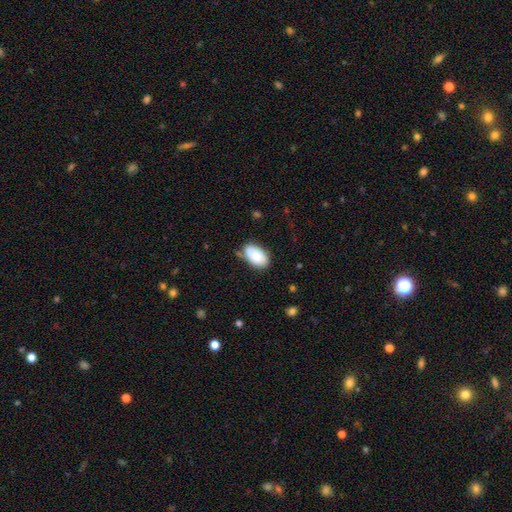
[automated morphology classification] smooth_or_featured: smooth (p=0.83) [alt: featured or disk p=0.10]
how_rounded: in between (p=0.94) [alt: round p=0.04]
merging: none (p=0.65) [alt: minor disturbance p=0.25]